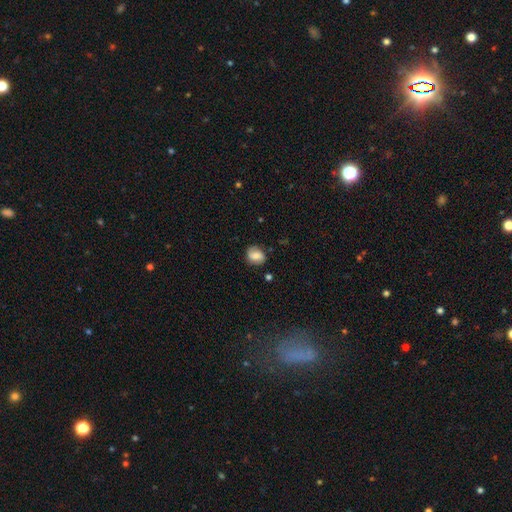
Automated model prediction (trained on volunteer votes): The model was most divided on "how rounded": round: 55%, in between: 43%, cigar-shaped: 2%. More confident: merging — none (79%); smooth or featured — smooth (60%).